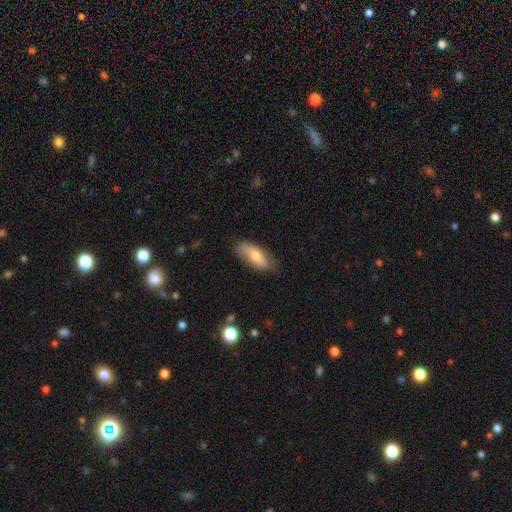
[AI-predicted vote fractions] This is likely a smooth galaxy (65%). How rounded: likely in between (75%). Merging: likely none (80%).